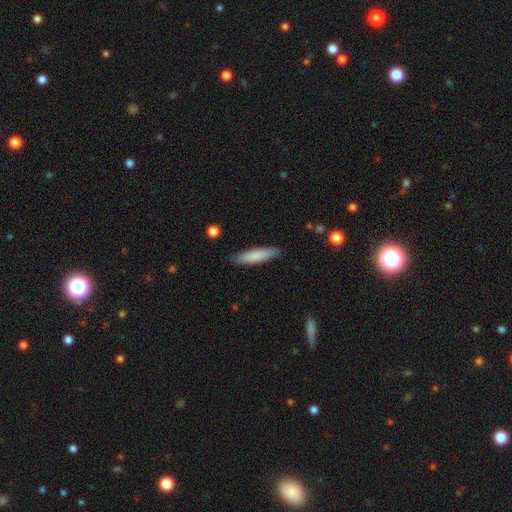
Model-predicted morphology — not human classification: Smooth or featured?
  - smooth: 81% *
  - featured or disk: 14%
  - star or artifact: 5%
How rounded?
  - cigar-shaped: 81% *
  - in between: 18%
  - round: 1%
Merging?
  - none: 88% *
  - minor disturbance: 9%
  - major disturbance: 2%
  - merger: 1%